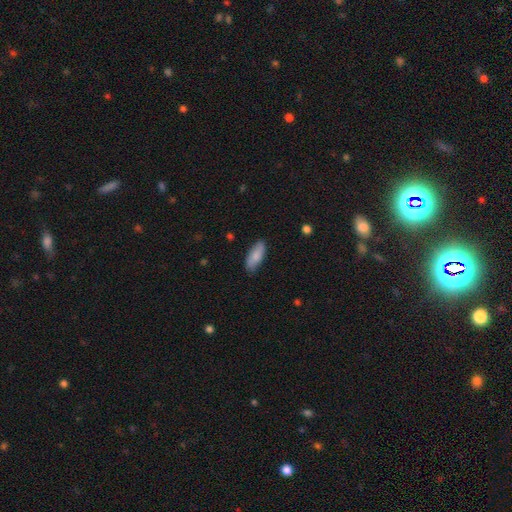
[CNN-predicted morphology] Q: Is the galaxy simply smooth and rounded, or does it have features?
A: smooth — 84%.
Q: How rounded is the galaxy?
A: in between — 75%.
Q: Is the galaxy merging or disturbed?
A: none — 83%.